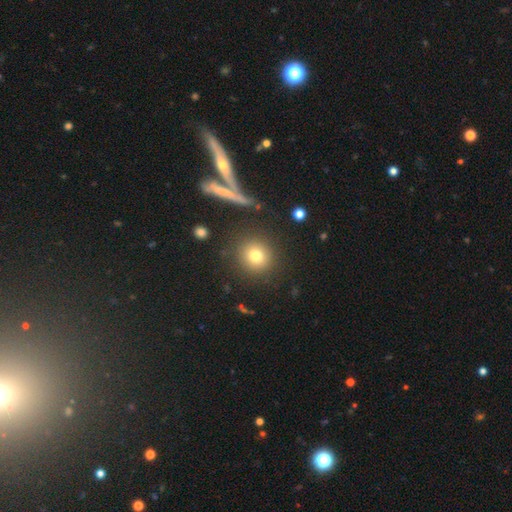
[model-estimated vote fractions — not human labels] The model was most divided on "smooth or featured": smooth: 77%, star or artifact: 12%, featured or disk: 10%. More confident: how rounded — round (91%); merging — none (86%).